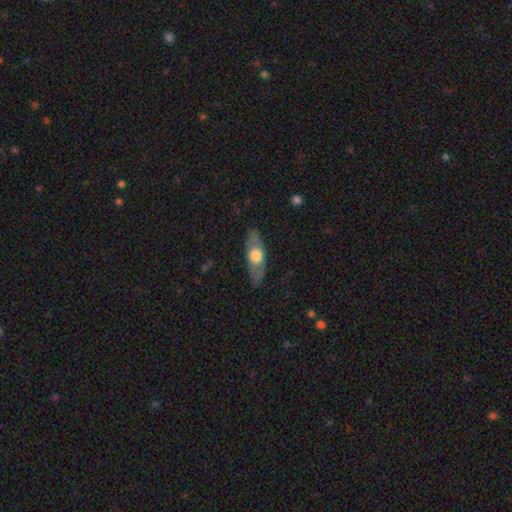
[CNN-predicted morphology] This appears to be a smooth galaxy with no disk features (49%). Merging: none (82%).